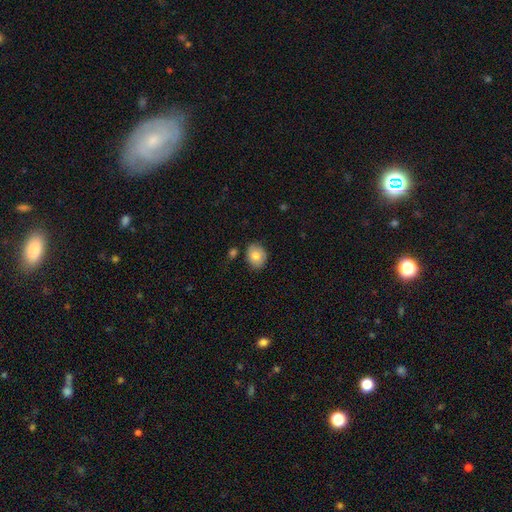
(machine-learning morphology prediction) type=smooth (78%); roundness=round (51%); merging=none (81%).